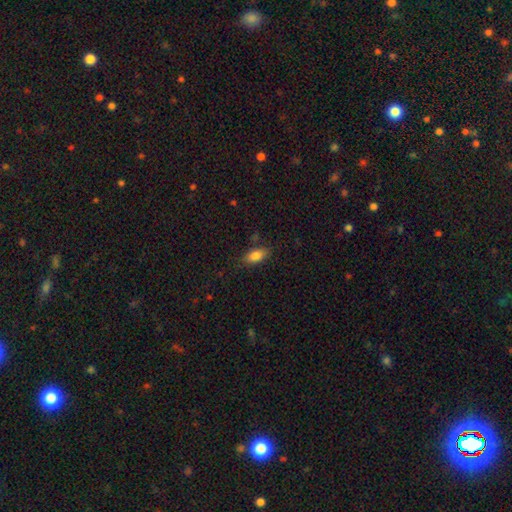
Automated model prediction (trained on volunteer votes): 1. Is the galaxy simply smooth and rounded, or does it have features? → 83% smooth, 9% featured or disk, 8% star or artifact.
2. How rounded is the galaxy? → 87% in between, 9% cigar-shaped, 4% round.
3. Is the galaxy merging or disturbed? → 79% none, 15% minor disturbance, 4% major disturbance, 2% merger.